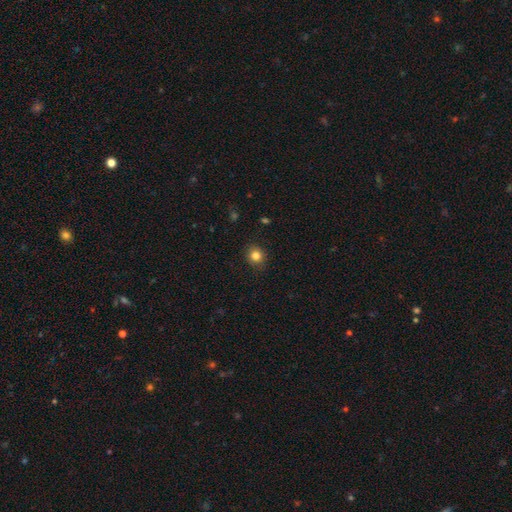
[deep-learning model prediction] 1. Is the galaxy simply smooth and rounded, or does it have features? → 83% smooth, 11% star or artifact, 6% featured or disk.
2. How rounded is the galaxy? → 86% round, 13% in between, 1% cigar-shaped.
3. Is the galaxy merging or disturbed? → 89% none, 8% minor disturbance, 2% major disturbance, 1% merger.